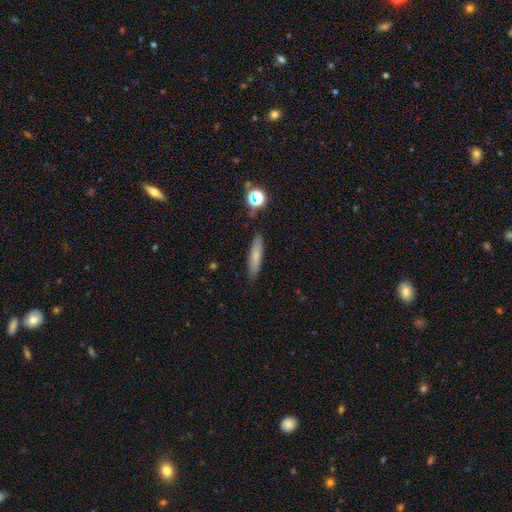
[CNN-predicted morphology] Smooth or featured?
  - smooth: 74% *
  - featured or disk: 17%
  - star or artifact: 9%
How rounded?
  - cigar-shaped: 80% *
  - in between: 18%
  - round: 2%
Merging?
  - none: 86% *
  - minor disturbance: 10%
  - major disturbance: 2%
  - merger: 2%